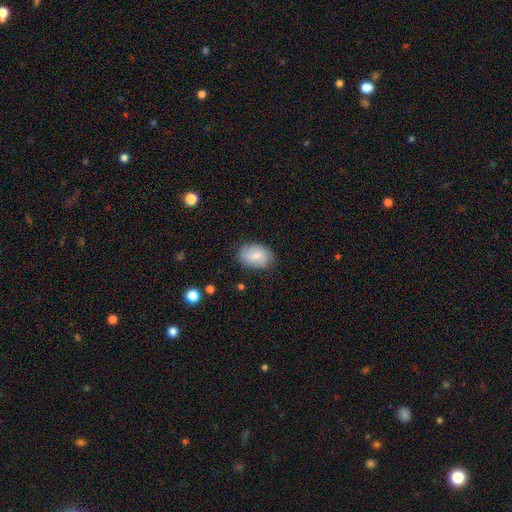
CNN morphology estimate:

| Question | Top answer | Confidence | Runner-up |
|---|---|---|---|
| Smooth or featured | smooth | 72% | featured or disk (21%) |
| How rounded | in between | 82% | round (17%) |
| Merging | none | 79% | minor disturbance (16%) |